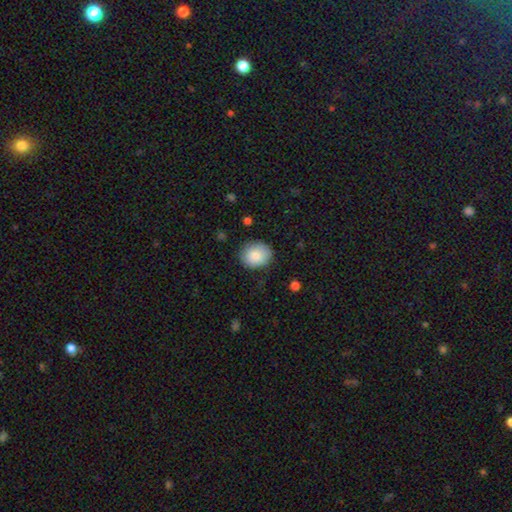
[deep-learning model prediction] smooth 85%, featured or disk 7%, star or artifact 7%. Down the decision tree: how rounded — round (68%); merging — none (82%).